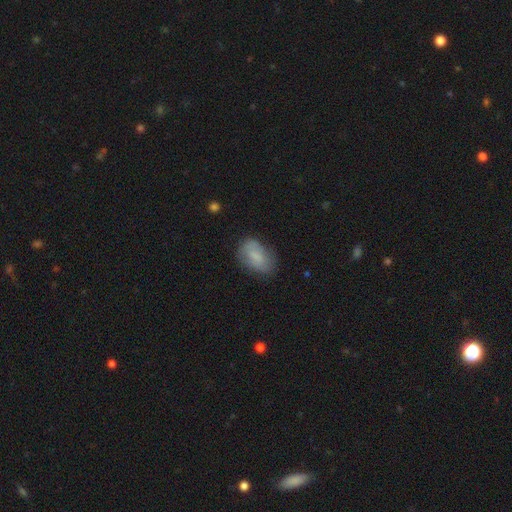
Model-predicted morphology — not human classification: smooth_or_featured: smooth (p=0.74) [alt: featured or disk p=0.19]
how_rounded: in between (p=0.89) [alt: round p=0.09]
merging: none (p=0.67) [alt: minor disturbance p=0.24]